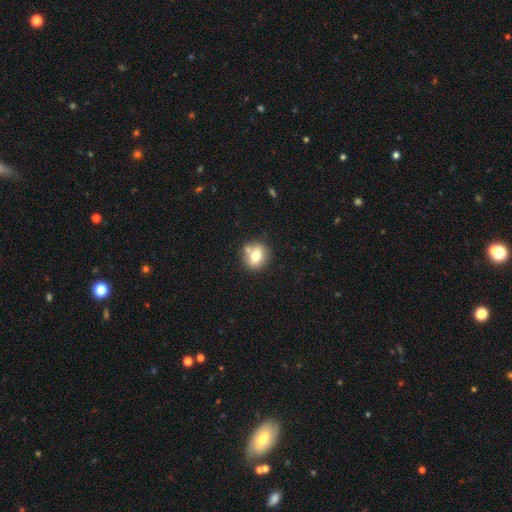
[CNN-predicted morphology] smooth 67%, featured or disk 24%, star or artifact 9%. Down the decision tree: how rounded — round (65%); merging — none (66%).